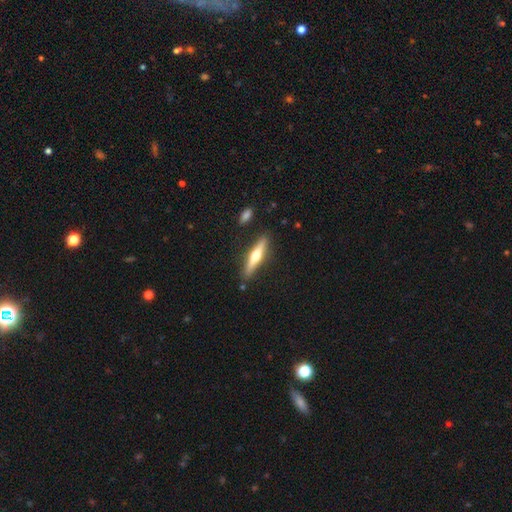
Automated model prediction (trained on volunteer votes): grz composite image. It shows a featured or disk galaxy (58%) viewed edge-on (96%) with a rounded central bulge (91%). Merging: none (86%).